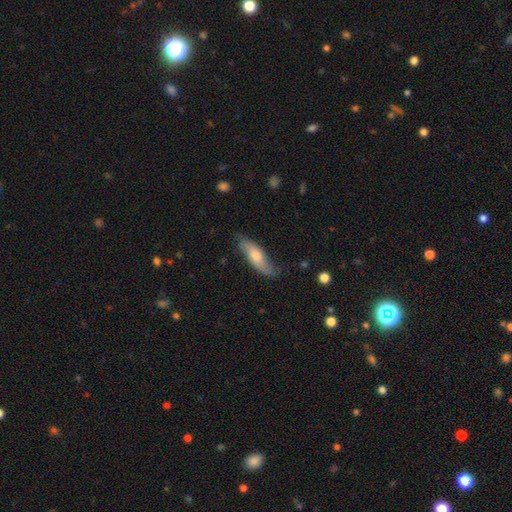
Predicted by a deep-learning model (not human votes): smooth 54%, featured or disk 40%, star or artifact 6%. Down the decision tree: how rounded — cigar-shaped (52%); merging — none (72%).